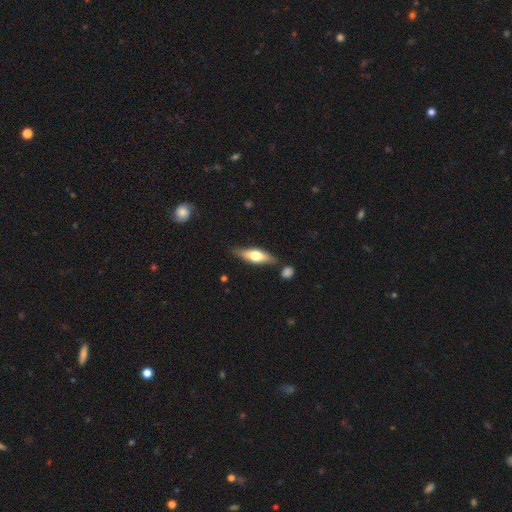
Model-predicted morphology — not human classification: A smooth galaxy with no disk features (50%).

Vote fractions:
- Smooth or featured? smooth: 50% / featured or disk: 44% / star or artifact: 6%
- Merging? none: 77% / minor disturbance: 14% / merger: 6% / major disturbance: 3%